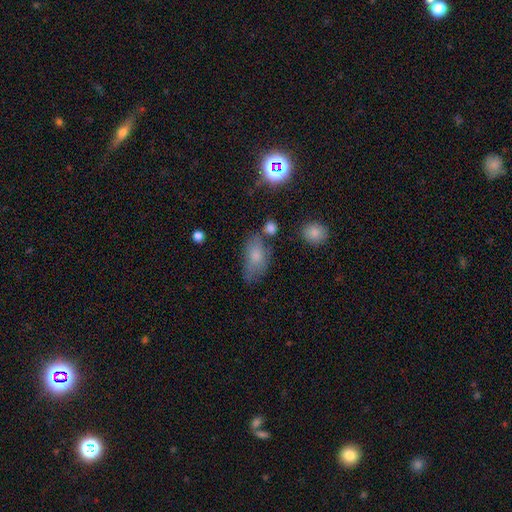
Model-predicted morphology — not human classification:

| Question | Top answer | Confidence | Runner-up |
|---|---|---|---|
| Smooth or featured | smooth | 72% | featured or disk (17%) |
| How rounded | in between | 90% | round (6%) |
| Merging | none | 51% | minor disturbance (27%) |